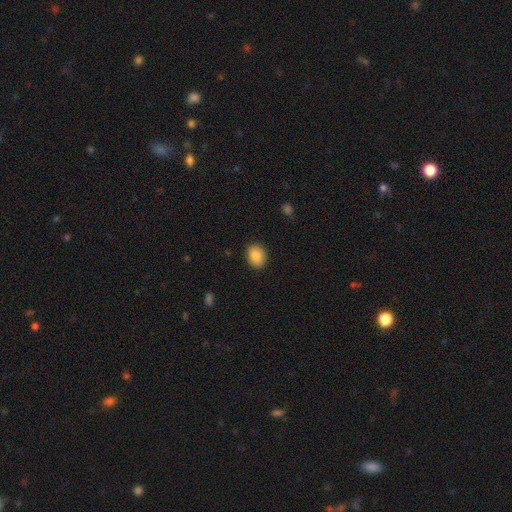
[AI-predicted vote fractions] Smooth or featured? smooth (86%)
How rounded? in between (60%)
Merging? none (89%)